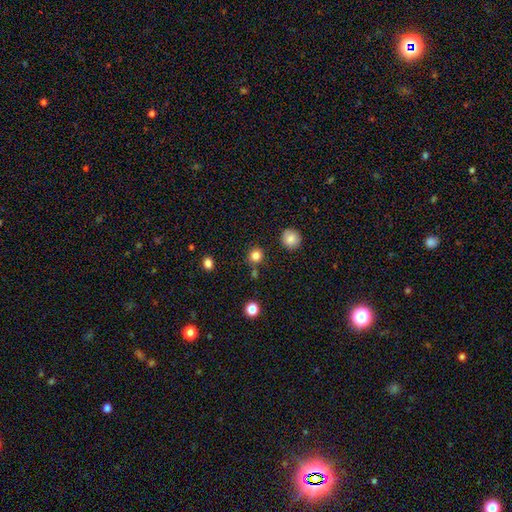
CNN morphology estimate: smooth_or_featured: smooth (p=0.82) [alt: star or artifact p=0.13]
how_rounded: round (p=0.91) [alt: in between p=0.08]
merging: none (p=0.83) [alt: minor disturbance p=0.08]